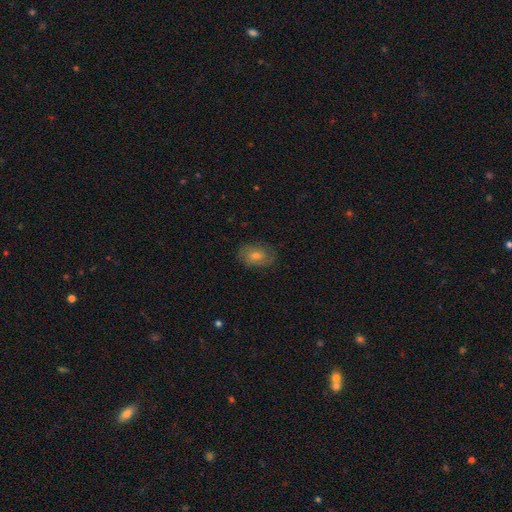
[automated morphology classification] The model was most divided on "smooth or featured": smooth: 51%, featured or disk: 35%, star or artifact: 14%. More confident: merging — none (81%); how rounded — in between (80%).